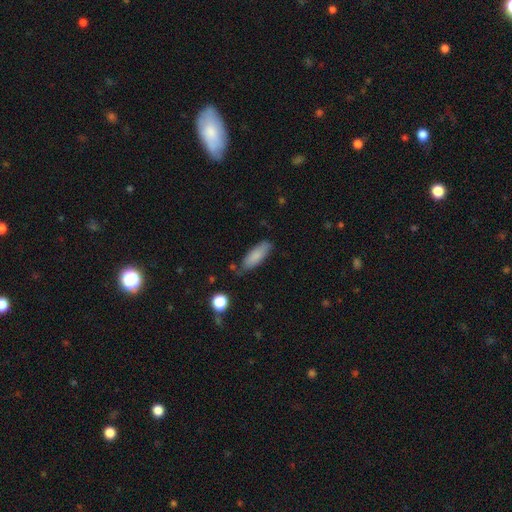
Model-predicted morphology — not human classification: Smooth or featured? smooth (84%)
How rounded? in between (62%)
Merging? none (72%)